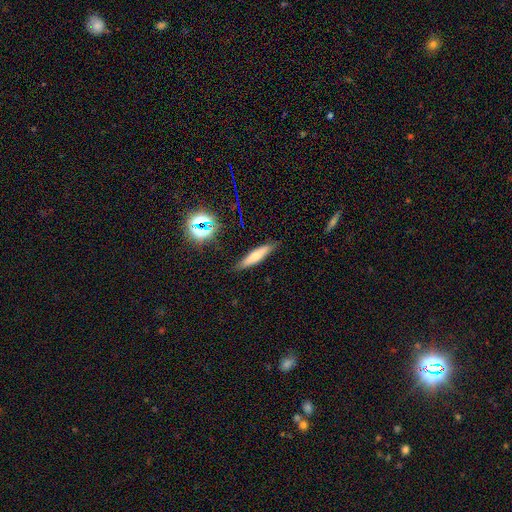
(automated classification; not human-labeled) Smooth or featured?
  - smooth: 68% *
  - featured or disk: 22%
  - star or artifact: 10%
How rounded?
  - cigar-shaped: 82% *
  - in between: 16%
  - round: 2%
Merging?
  - none: 85% *
  - minor disturbance: 11%
  - major disturbance: 2%
  - merger: 2%